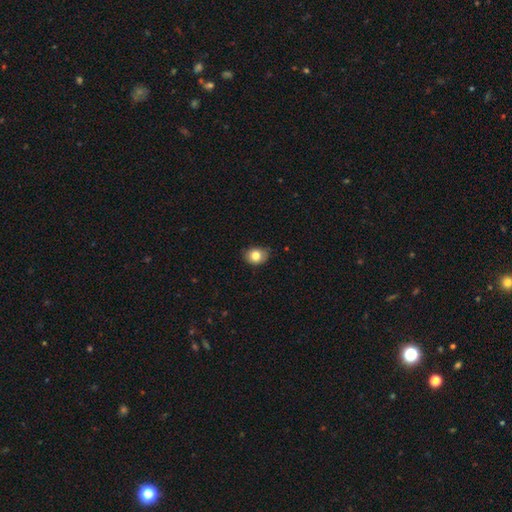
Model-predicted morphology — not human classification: Smooth or featured? smooth (80%)
How rounded? round (51%)
Merging? none (71%)